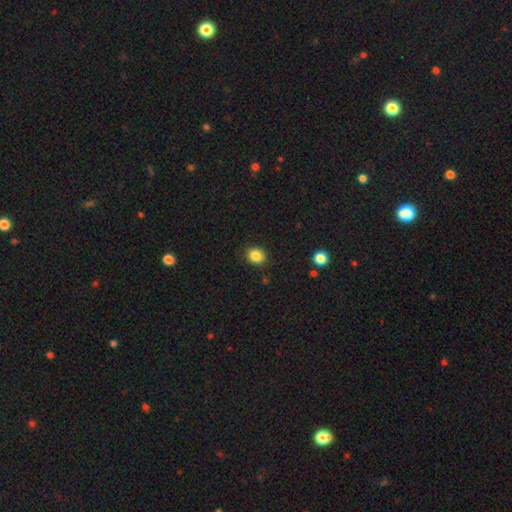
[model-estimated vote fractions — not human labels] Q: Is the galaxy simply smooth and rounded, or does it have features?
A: smooth — 86%.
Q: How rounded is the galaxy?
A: round — 71%.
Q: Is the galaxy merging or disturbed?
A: none — 89%.